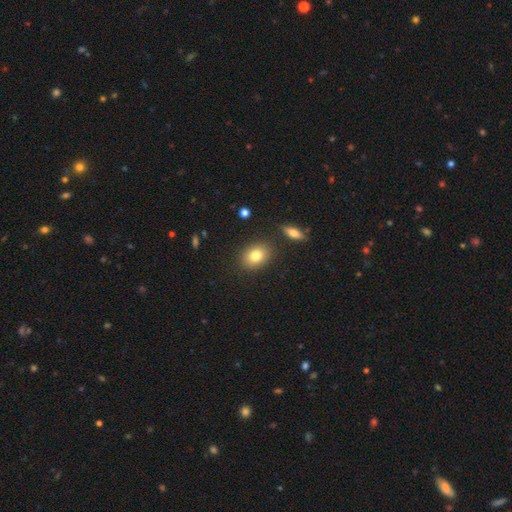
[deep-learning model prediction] Q: Smooth or featured?
A: smooth (81%); runner-up: featured or disk (10%)
Q: How rounded?
A: in between (68%); runner-up: round (31%)
Q: Merging?
A: none (84%); runner-up: minor disturbance (9%)